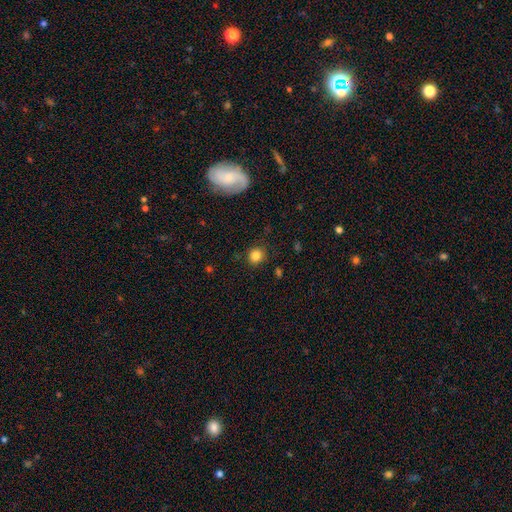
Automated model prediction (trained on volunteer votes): Smooth or featured: smooth — 83% (star or artifact — 11%)
How rounded: round — 87% (in between — 12%)
Merging: none — 87% (minor disturbance — 9%)